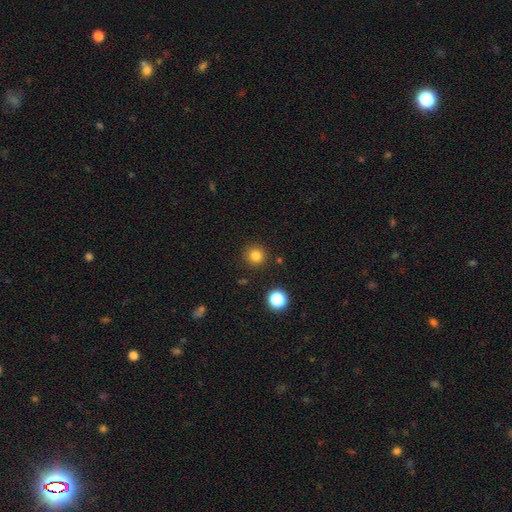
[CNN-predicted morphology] Q: Smooth or featured?
A: smooth (82%); runner-up: star or artifact (14%)
Q: How rounded?
A: round (94%); runner-up: in between (5%)
Q: Merging?
A: none (89%); runner-up: minor disturbance (6%)